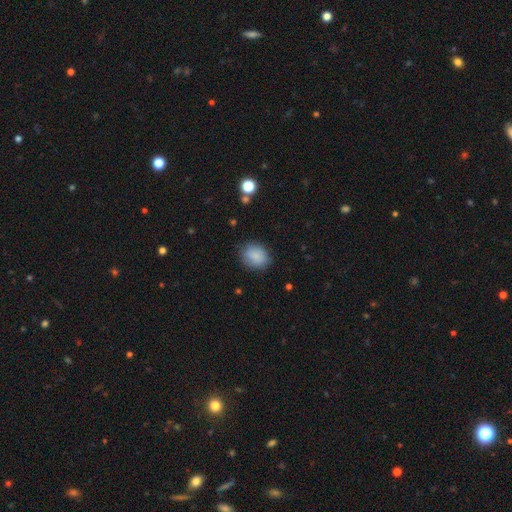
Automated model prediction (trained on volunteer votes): A smooth galaxy with no disk features (85%) that is round (54%). Merging: none (79%).